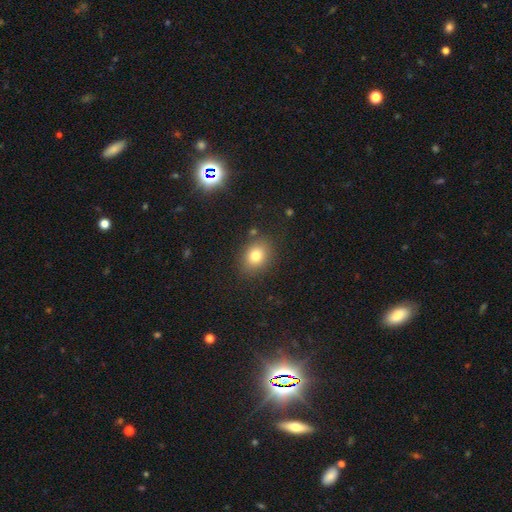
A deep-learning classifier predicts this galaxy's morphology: Q: Smooth or featured?
A: smooth (79%); runner-up: star or artifact (12%)
Q: How rounded?
A: round (52%); runner-up: in between (47%)
Q: Merging?
A: none (84%); runner-up: minor disturbance (10%)